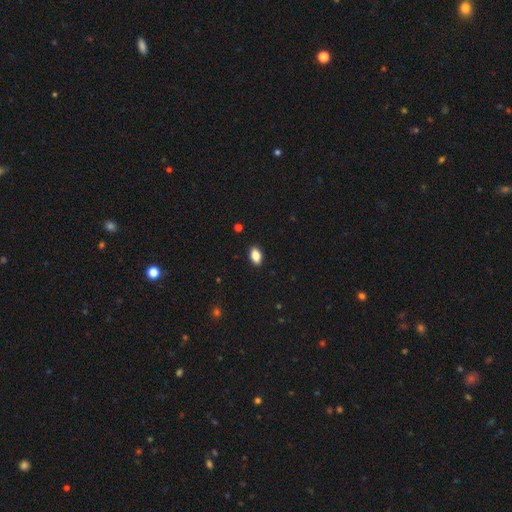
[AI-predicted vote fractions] smooth 84%, star or artifact 8%, featured or disk 7%. Down the decision tree: how rounded — in between (91%); merging — none (90%).